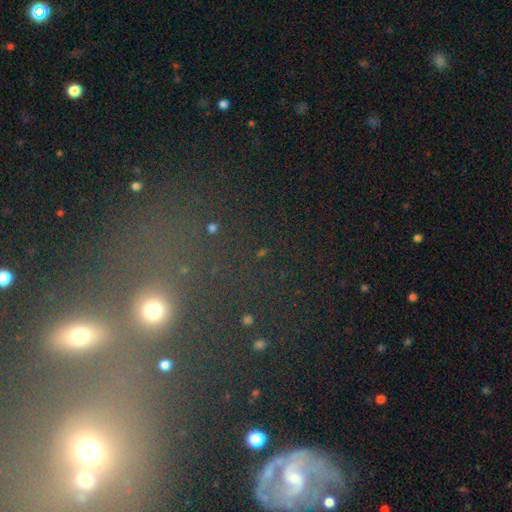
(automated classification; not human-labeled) A star or artifact, not a galaxy (41%).

Vote fractions:
- Smooth or featured? star or artifact: 41% / smooth: 35% / featured or disk: 24%